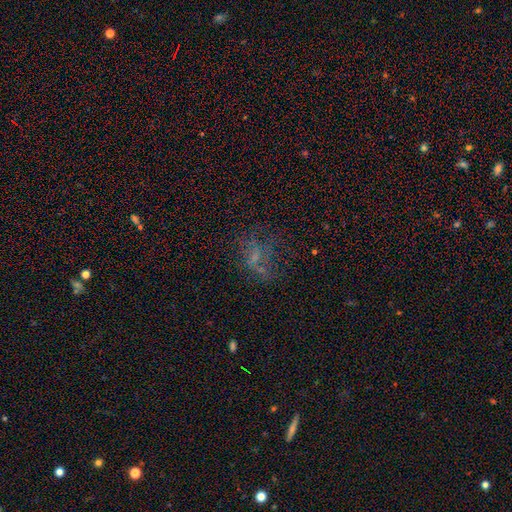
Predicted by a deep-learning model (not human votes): smooth_or_featured: featured or disk (p=0.37) [alt: smooth p=0.34]
merging: none (p=0.46) [alt: major disturbance p=0.30]